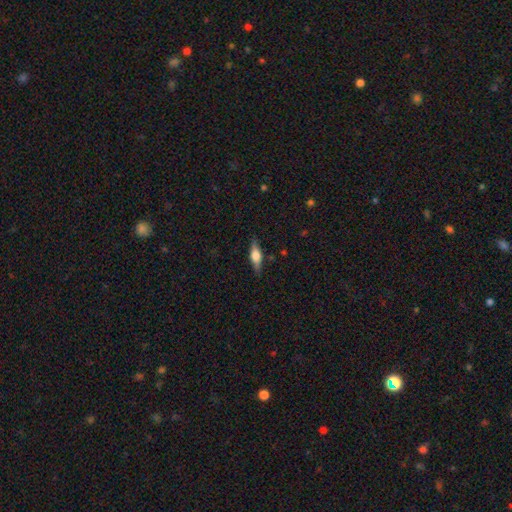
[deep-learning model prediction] The model was most divided on "smooth or featured": featured or disk: 59%, smooth: 34%, star or artifact: 7%. More confident: edge-on disk — yes (95%); edge-on bulge — rounded (89%); merging — none (87%).